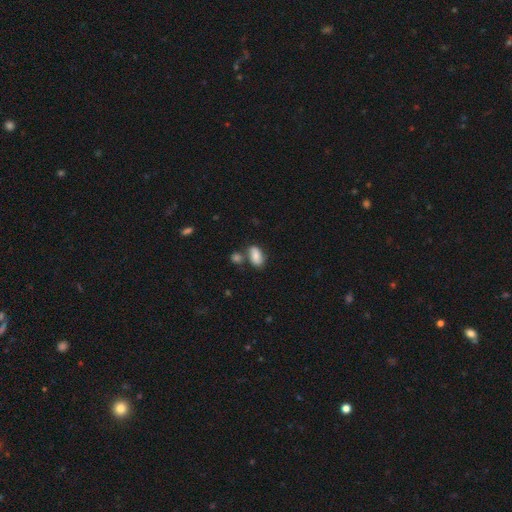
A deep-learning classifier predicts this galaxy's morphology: Smooth or featured? smooth (78%)
How rounded? in between (90%)
Merging? none (54%)